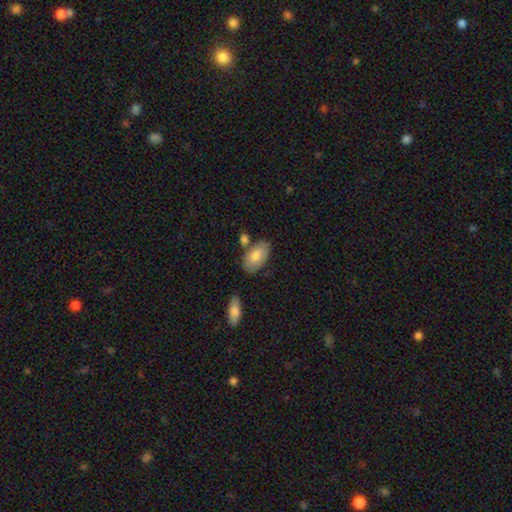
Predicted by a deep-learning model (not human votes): Q: Smooth or featured?
A: smooth (76%); runner-up: featured or disk (18%)
Q: How rounded?
A: in between (94%); runner-up: round (4%)
Q: Merging?
A: none (67%); runner-up: minor disturbance (17%)